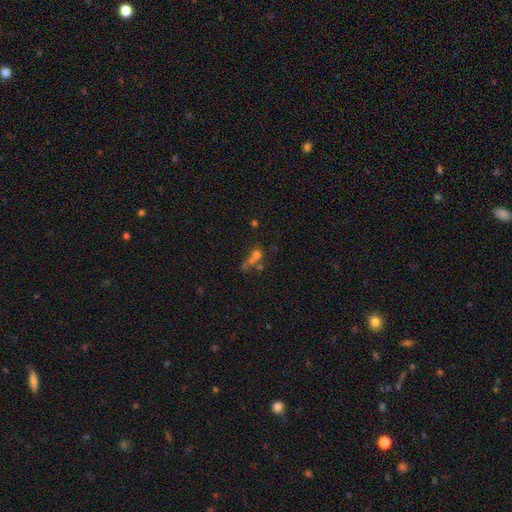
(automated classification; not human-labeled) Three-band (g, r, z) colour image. It shows a smooth galaxy with no disk features (47%). Merging: merger (36%).